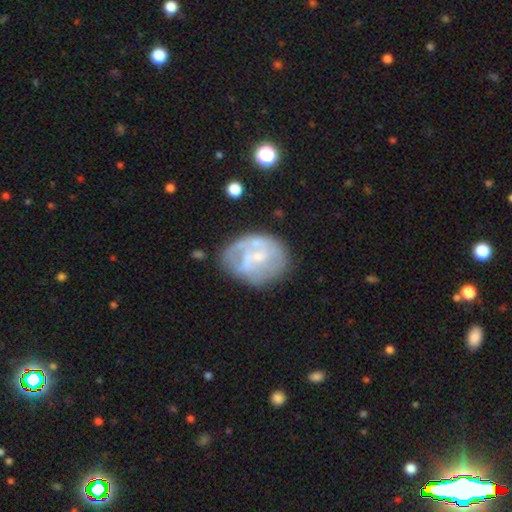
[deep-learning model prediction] smooth_or_featured: featured or disk (p=0.59) [alt: smooth p=0.33]
disk_edge_on: no (p=0.97) [alt: yes p=0.03]
bar: no (p=0.59) [alt: weak p=0.33]
has_spiral_arms: no (p=0.56) [alt: yes p=0.44]
bulge_size: small (p=0.56) [alt: moderate p=0.27]
merging: none (p=0.49) [alt: minor disturbance p=0.26]